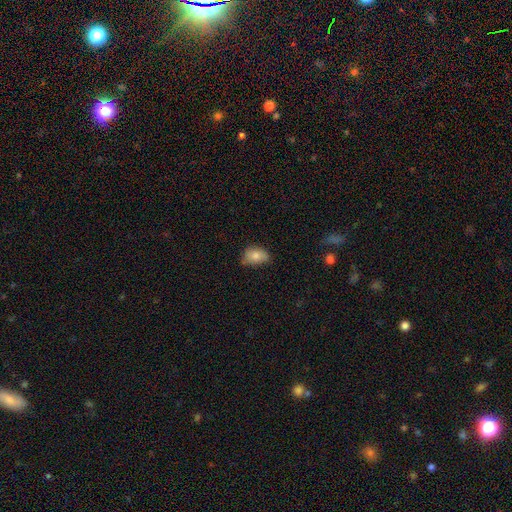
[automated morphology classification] Smooth or featured? smooth (81%)
How rounded? in between (80%)
Merging? none (61%)